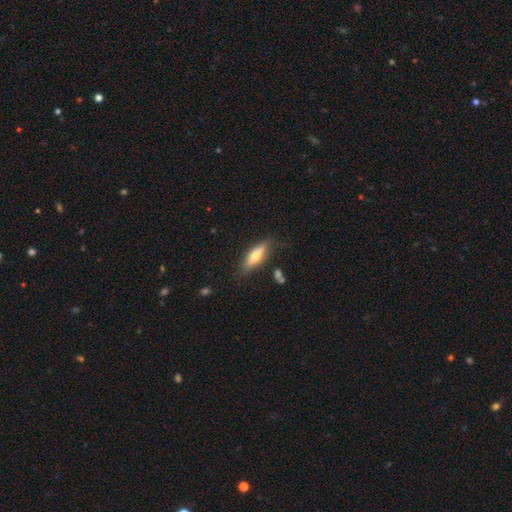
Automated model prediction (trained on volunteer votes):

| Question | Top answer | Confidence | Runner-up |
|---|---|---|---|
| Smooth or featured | smooth | 56% | featured or disk (38%) |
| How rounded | cigar-shaped | 50% | in between (47%) |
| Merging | none | 77% | minor disturbance (16%) |